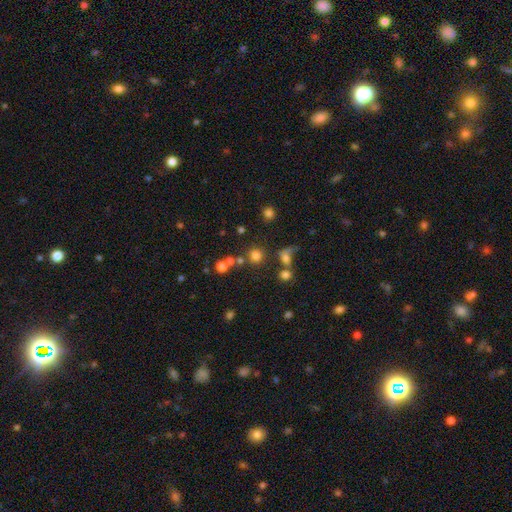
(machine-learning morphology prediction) This is likely a smooth galaxy (73%). How rounded: clearly round (90%). Merging: likely none (69%).